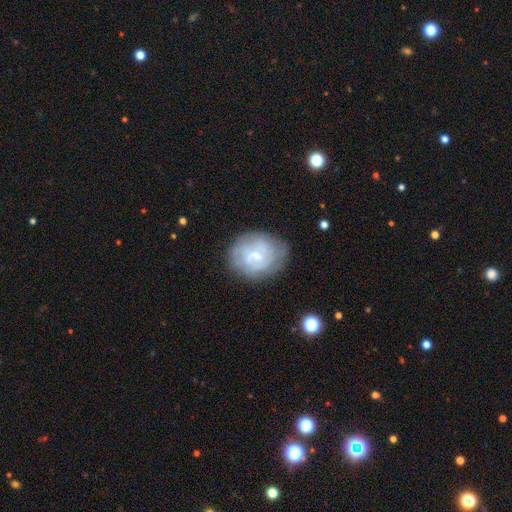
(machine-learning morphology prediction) Smooth or featured? Predicted: featured or disk (p=0.55). Edge-on disk? Predicted: no (p=0.98). Bar? Predicted: no (p=0.53). Spiral arms? Predicted: yes (p=0.60). Bulge size? Predicted: small (p=0.57). Merging? Predicted: none (p=0.67).